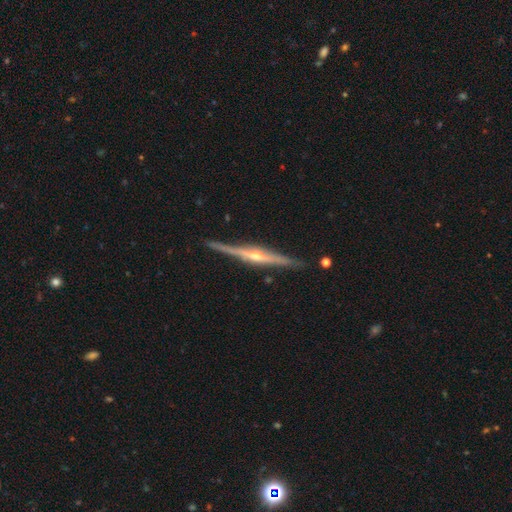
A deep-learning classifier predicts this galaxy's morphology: A featured or disk galaxy (84%) viewed edge-on (98%) with a rounded central bulge (83%).

Vote fractions:
- Smooth or featured? featured or disk: 84% / smooth: 11% / star or artifact: 5%
- Edge-on disk? yes: 98% / no: 2%
- Edge-on bulge? rounded: 83% / none: 9% / boxy: 8%
- Merging? none: 88% / minor disturbance: 9% / major disturbance: 2% / merger: 1%